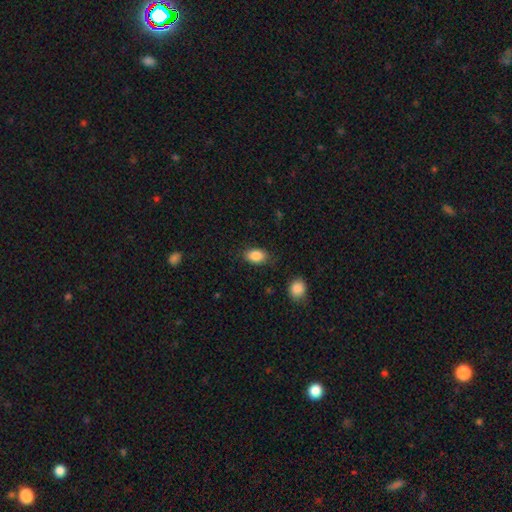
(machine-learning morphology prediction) The model was most divided on "merging": none: 80%, minor disturbance: 14%, major disturbance: 4%, merger: 2%. More confident: smooth or featured — smooth (87%); how rounded — in between (86%).